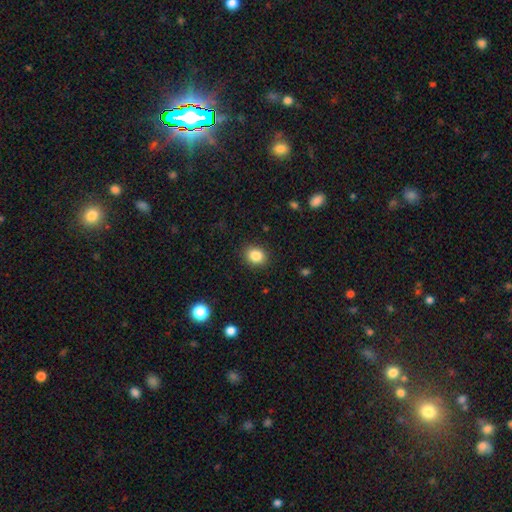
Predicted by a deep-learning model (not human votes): Smooth or featured? smooth (85%)
How rounded? round (58%)
Merging? none (89%)